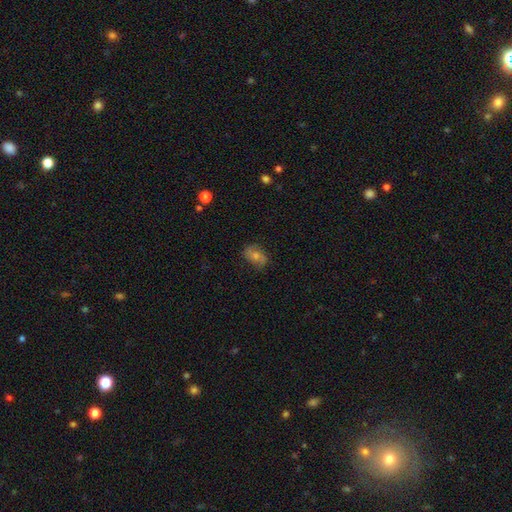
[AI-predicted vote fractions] A smooth galaxy with no disk features (45%). Merging: none (77%).